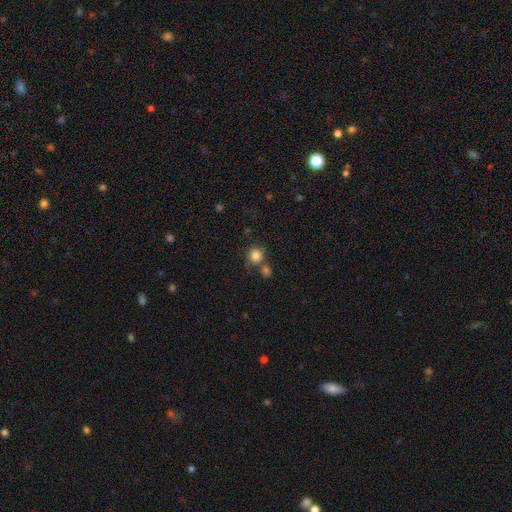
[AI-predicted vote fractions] This is clearly a smooth galaxy (83%). How rounded: clearly round (90%). Merging: possibly none (57%).